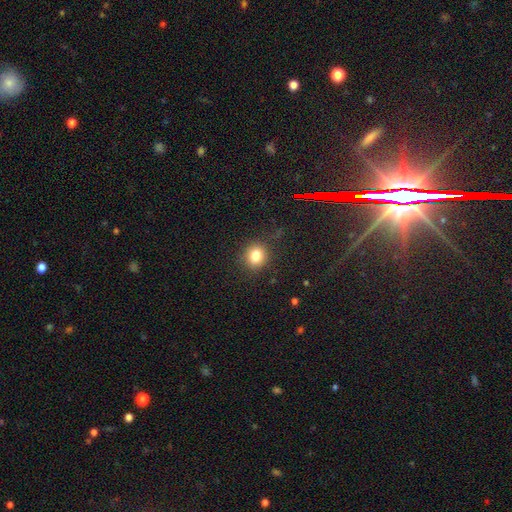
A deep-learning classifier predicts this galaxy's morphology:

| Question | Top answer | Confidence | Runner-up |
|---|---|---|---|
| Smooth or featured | smooth | 81% | star or artifact (12%) |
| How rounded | round | 77% | in between (22%) |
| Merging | none | 86% | minor disturbance (9%) |